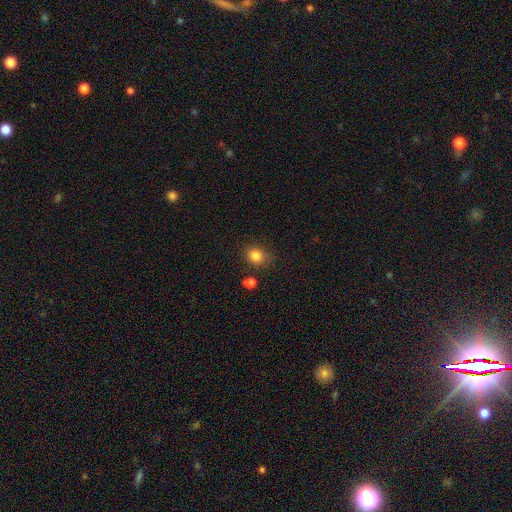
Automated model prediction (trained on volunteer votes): The model was most divided on "how rounded": round: 57%, in between: 42%, cigar-shaped: 1%. More confident: smooth or featured — smooth (83%); merging — none (76%).